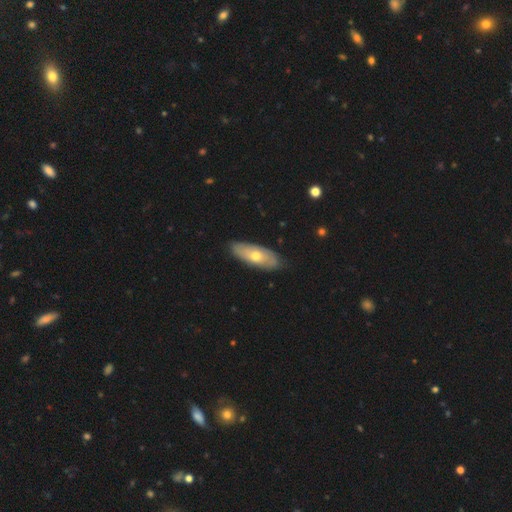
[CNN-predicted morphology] This is possibly a smooth galaxy (50%). How rounded: likely in between (76%). Merging: clearly none (83%).